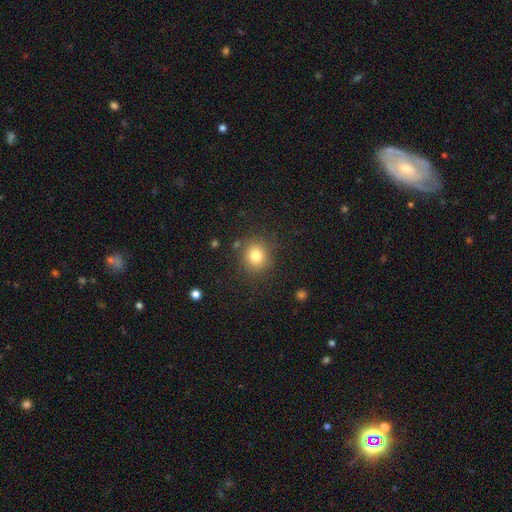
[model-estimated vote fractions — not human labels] Smooth or featured?
  - smooth: 80% *
  - star or artifact: 12%
  - featured or disk: 8%
How rounded?
  - round: 84% *
  - in between: 15%
  - cigar-shaped: 1%
Merging?
  - none: 84% *
  - minor disturbance: 9%
  - major disturbance: 3%
  - merger: 3%